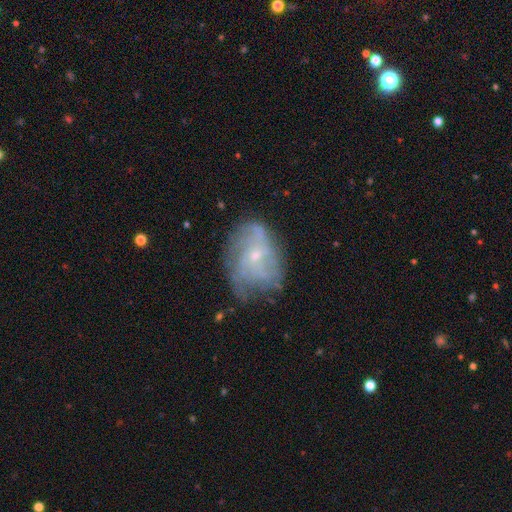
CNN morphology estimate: Overall: featured or disk (70%). Edge-on disk: no (97%). Bar: no (70%). Spiral arms: yes (78%). Spiral arm count: can't tell (47%; 4 14%). Spiral winding: medium (38%; tight 34%). Bulge size: small (74%). Merging: none (56%; minor disturbance 27%).